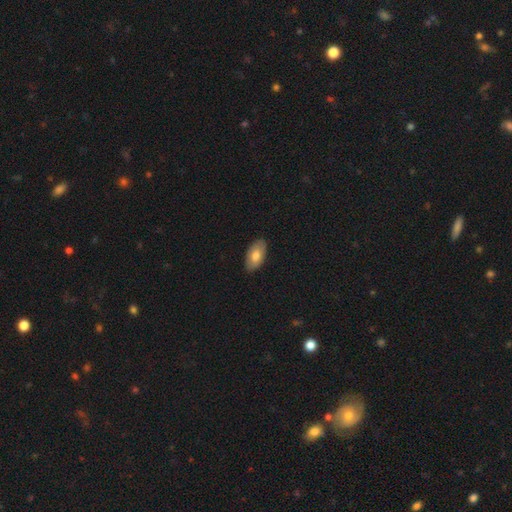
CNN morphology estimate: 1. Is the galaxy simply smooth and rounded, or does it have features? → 68% smooth, 26% featured or disk, 6% star or artifact.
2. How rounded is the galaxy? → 94% in between, 3% round, 2% cigar-shaped.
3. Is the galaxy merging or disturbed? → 85% none, 12% minor disturbance, 2% major disturbance, 1% merger.